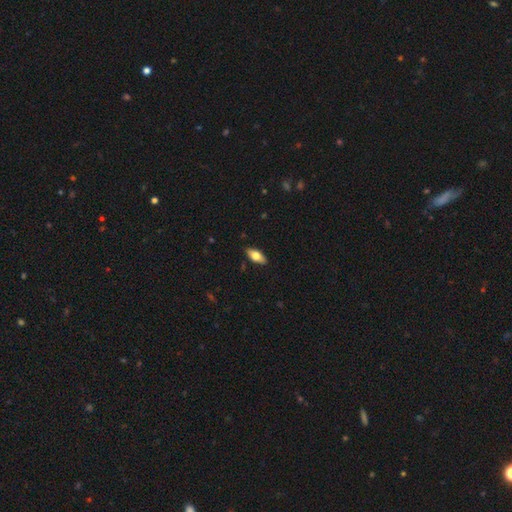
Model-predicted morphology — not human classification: Smooth or featured: smooth — 65% (featured or disk — 29%)
How rounded: in between — 82% (cigar-shaped — 15%)
Merging: none — 87% (minor disturbance — 10%)